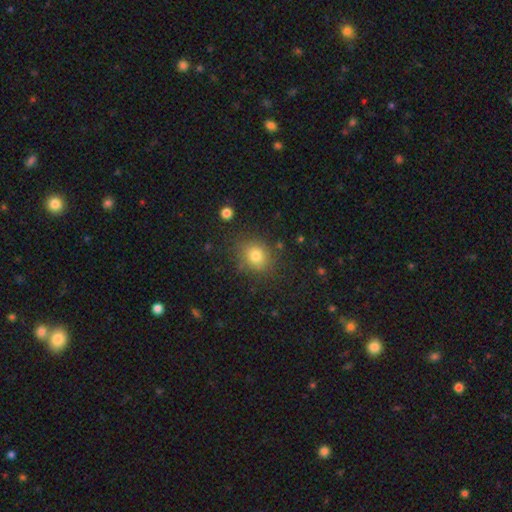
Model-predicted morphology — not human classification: type=smooth (79%); roundness=round (70%); merging=none (81%).